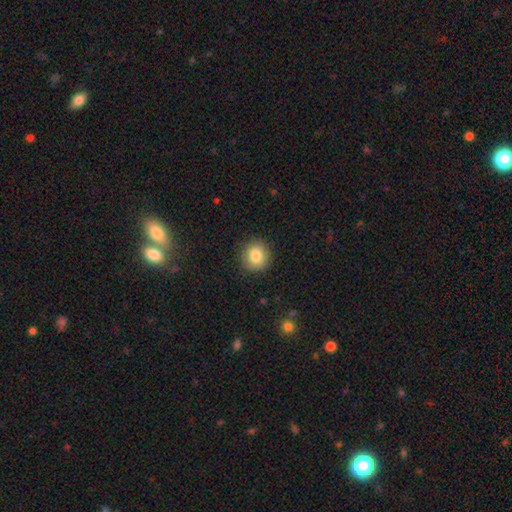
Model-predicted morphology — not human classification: This appears to be a smooth galaxy with no disk features (83%) that is round (88%). Merging: none (88%).